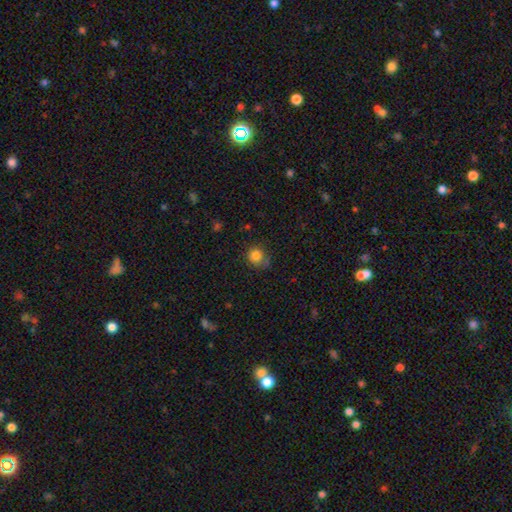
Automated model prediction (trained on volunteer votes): smooth-or-featured: smooth: 83% | star or artifact: 11% | featured or disk: 6%
  how-rounded: round: 86% | in between: 13% | cigar-shaped: 1%
  merging: none: 65% | minor disturbance: 24% | major disturbance: 6% | merger: 5%